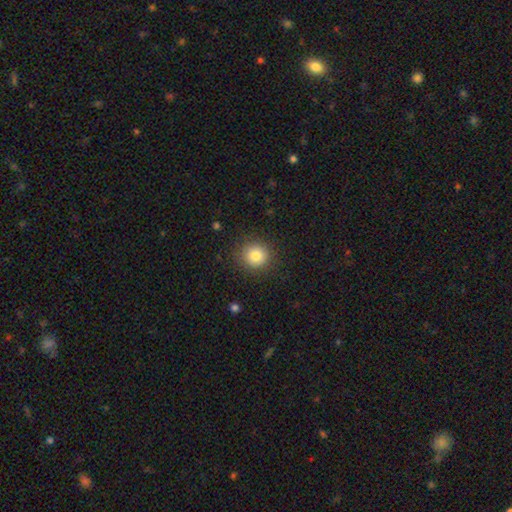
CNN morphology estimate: This appears to be a smooth galaxy with no disk features (82%) that is round (90%). Merging: none (88%).